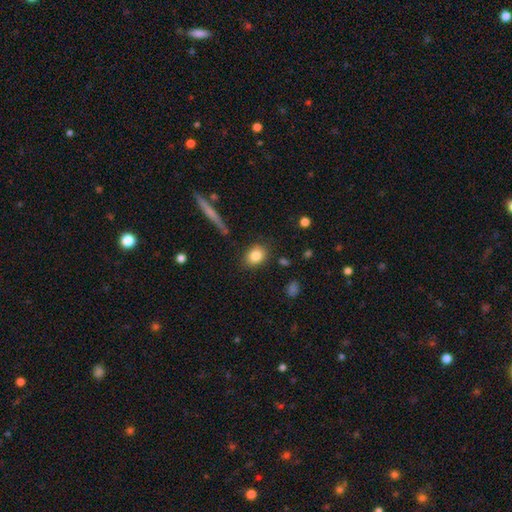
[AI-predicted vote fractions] This appears to be a smooth galaxy with no disk features (83%) that is in between round and cigar-shaped (54%). Merging: none (84%).